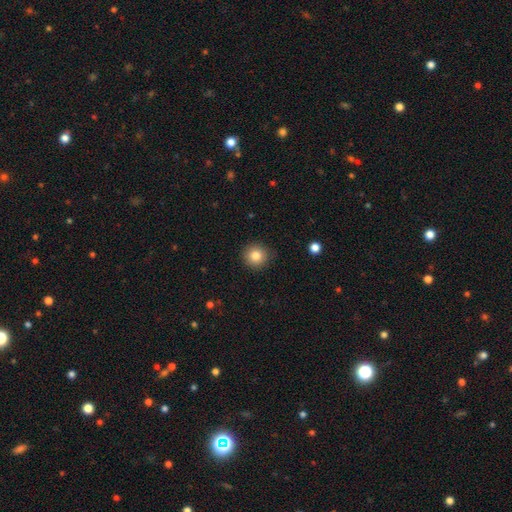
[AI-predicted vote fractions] Smooth or featured? Predicted: smooth (p=0.82). How rounded? Predicted: round (p=0.94). Merging? Predicted: none (p=0.89).